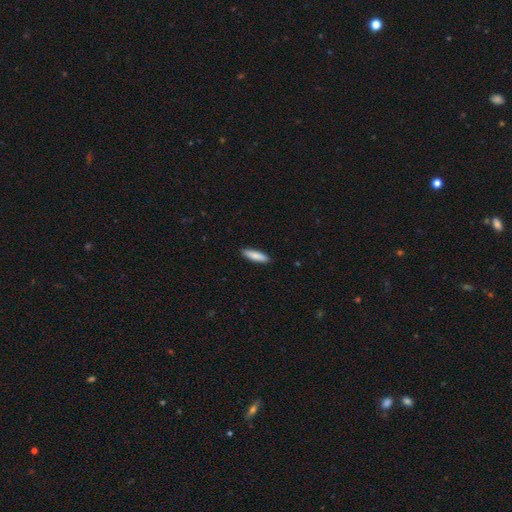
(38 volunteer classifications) Smooth or featured: smooth — 89% (star or artifact — 8%)
How rounded: cigar-shaped — 71% (in between — 29%)
Merging: none — 94% (minor disturbance — 3%)